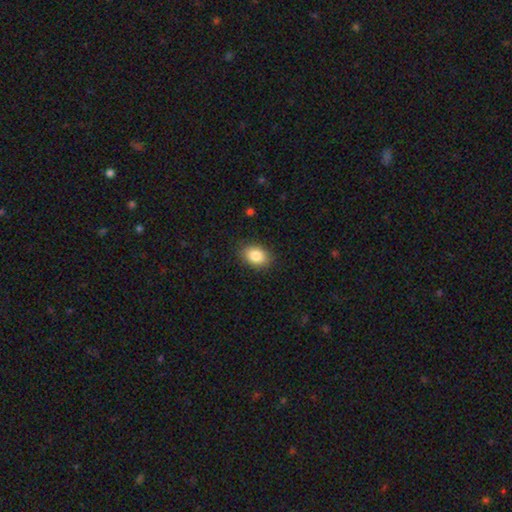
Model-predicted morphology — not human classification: A smooth galaxy with no disk features (87%) that is in between round and cigar-shaped (79%).

Vote fractions:
- Smooth or featured? smooth: 87% / star or artifact: 7% / featured or disk: 6%
- How rounded? in between: 79% / round: 19% / cigar-shaped: 1%
- Merging? none: 86% / minor disturbance: 10% / major disturbance: 3% / merger: 1%